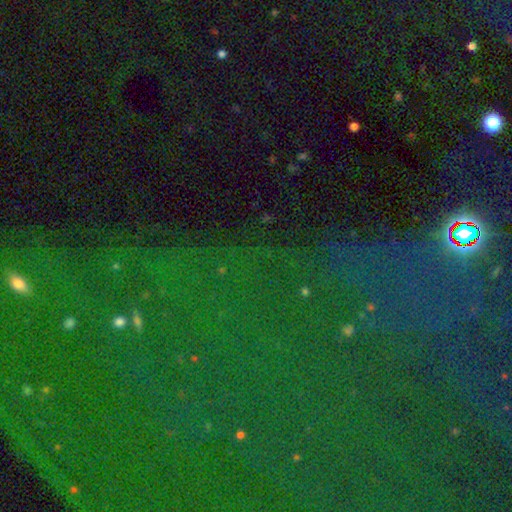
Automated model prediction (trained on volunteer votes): Smooth or featured?
  - star or artifact: 82% *
  - smooth: 9%
  - featured or disk: 8%